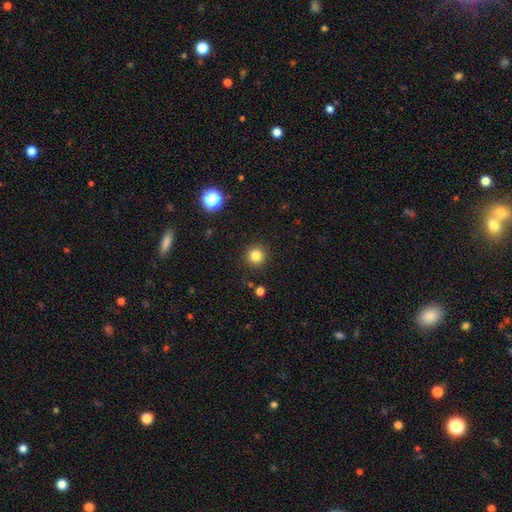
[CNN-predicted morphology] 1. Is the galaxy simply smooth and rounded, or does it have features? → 83% smooth, 12% star or artifact, 5% featured or disk.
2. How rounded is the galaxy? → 95% round, 4% in between, 1% cigar-shaped.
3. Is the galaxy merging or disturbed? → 90% none, 6% minor disturbance, 2% major disturbance, 1% merger.